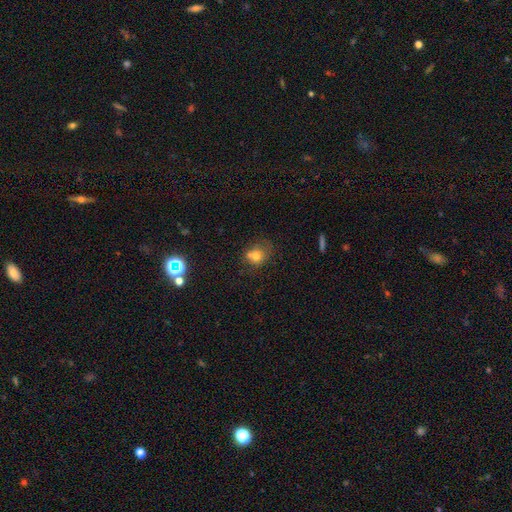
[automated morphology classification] type=smooth (71%); roundness=round (69%); merging=none (41%).